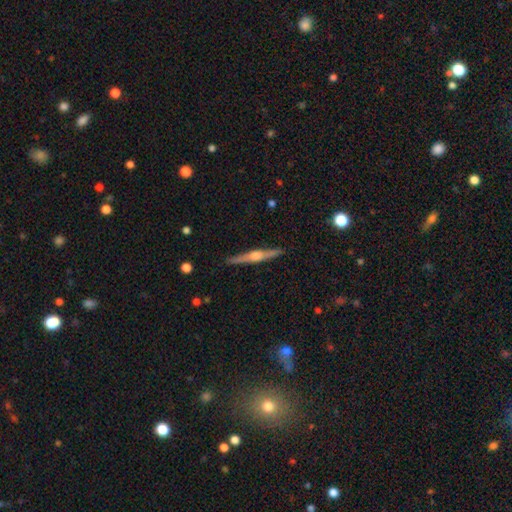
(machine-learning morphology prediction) type=featured or disk (79%); edge-on=yes (98%); edge-on bulge=rounded (90%); merging=none (91%).